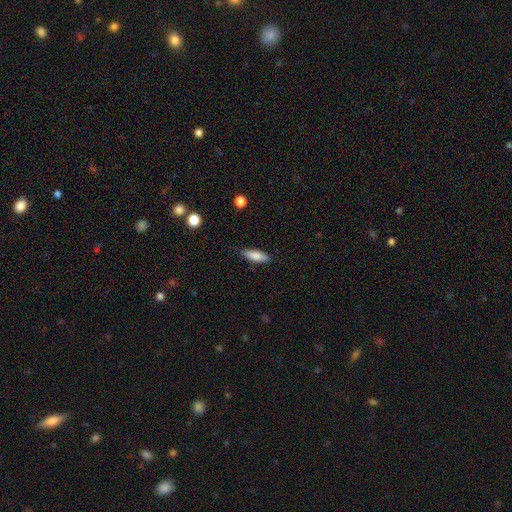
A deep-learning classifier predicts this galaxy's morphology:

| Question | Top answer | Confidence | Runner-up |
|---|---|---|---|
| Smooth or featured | smooth | 81% | featured or disk (12%) |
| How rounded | in between | 54% | cigar-shaped (44%) |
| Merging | none | 84% | minor disturbance (12%) |